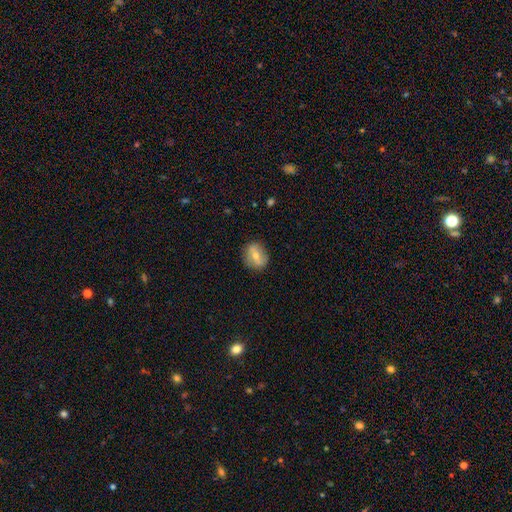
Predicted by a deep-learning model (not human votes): This appears to be a smooth galaxy with no disk features (54%) that is round (54%). Merging: none (82%).